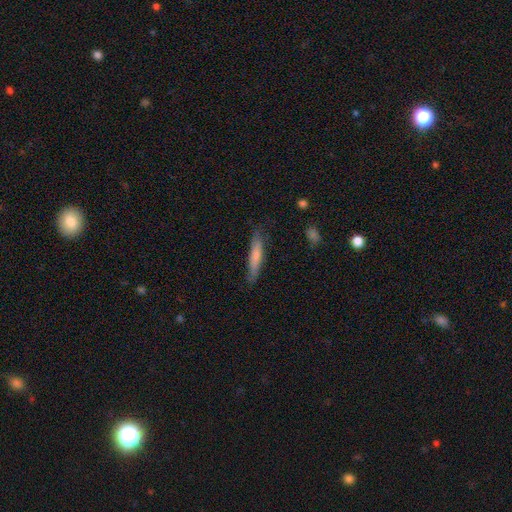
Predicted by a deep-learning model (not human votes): smooth_or_featured: smooth (p=0.70) [alt: featured or disk p=0.24]
how_rounded: cigar-shaped (p=0.89) [alt: in between p=0.09]
merging: none (p=0.80) [alt: minor disturbance p=0.16]